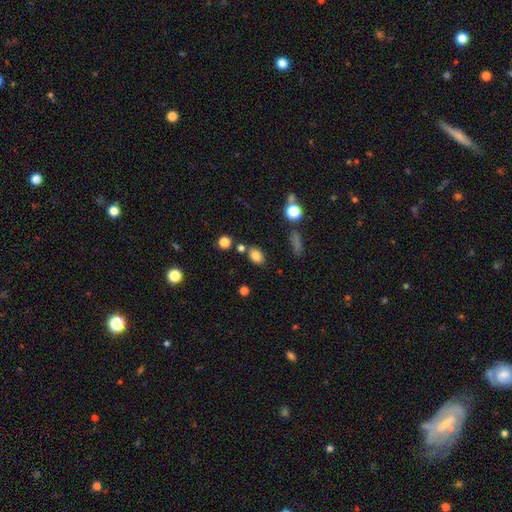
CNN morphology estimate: Overall: smooth (82%). How rounded: in between (77%). Merging: none (75%).